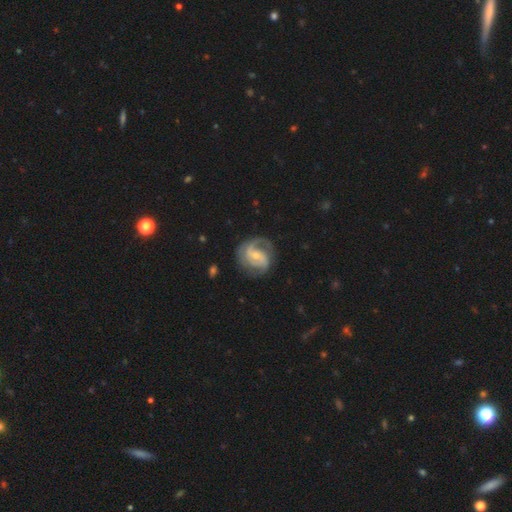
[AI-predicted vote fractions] A featured or disk galaxy (88%) with a weak bar (49%), 2 (69%) medium (50%) spiral arms (97%) and a small central bulge (58%).

Vote fractions:
- Smooth or featured? featured or disk: 88% / smooth: 8% / star or artifact: 4%
- Edge-on disk? no: 98% / yes: 2%
- Bar? weak: 49% / no: 32% / strong: 19%
- Spiral arms? yes: 97% / no: 3%
- Spiral winding? medium: 50% / tight: 35% / loose: 15%
- Spiral arm count? 2: 69% / 3: 13% / can't tell: 8% / 1: 5% / 4: 3% / more than 4: 2%
- Bulge size? small: 58% / moderate: 36% / none: 3% / large: 2% / dominant: 1%
- Merging? none: 72% / minor disturbance: 17% / major disturbance: 9% / merger: 2%